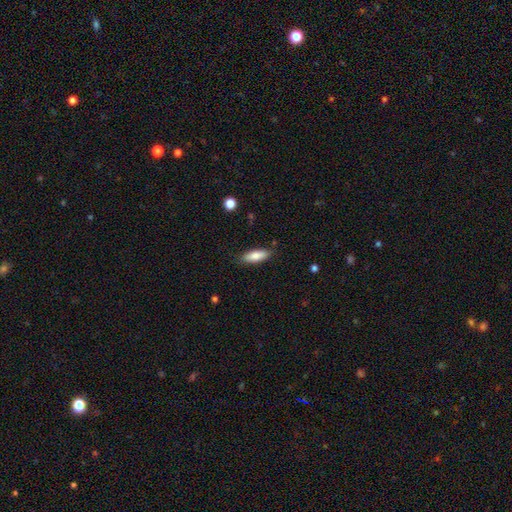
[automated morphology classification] This is clearly a smooth galaxy (82%). How rounded: likely in between (60%). Merging: clearly none (85%).